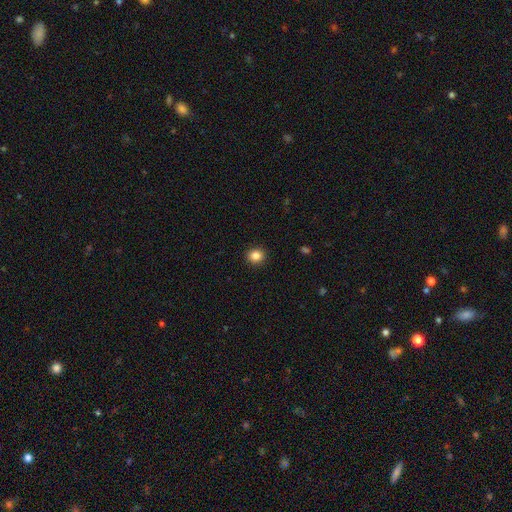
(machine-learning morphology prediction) This appears to be a smooth galaxy with no disk features (85%) that is round (81%). Merging: none (91%).